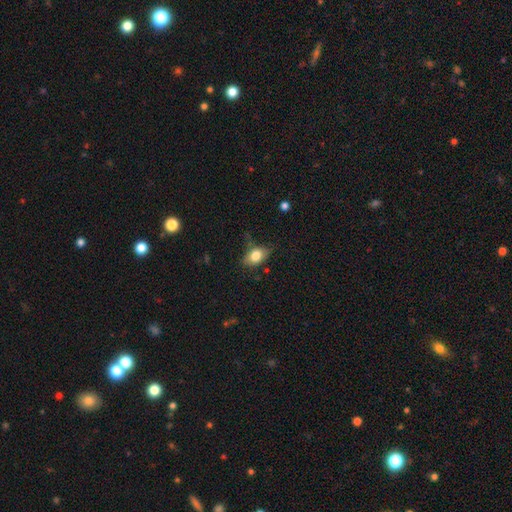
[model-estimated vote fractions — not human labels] A smooth galaxy with no disk features (77%) that is in between round and cigar-shaped (81%).

Vote fractions:
- Smooth or featured? smooth: 77% / featured or disk: 14% / star or artifact: 9%
- How rounded? in between: 81% / round: 17% / cigar-shaped: 2%
- Merging? none: 60% / minor disturbance: 29% / major disturbance: 8% / merger: 3%